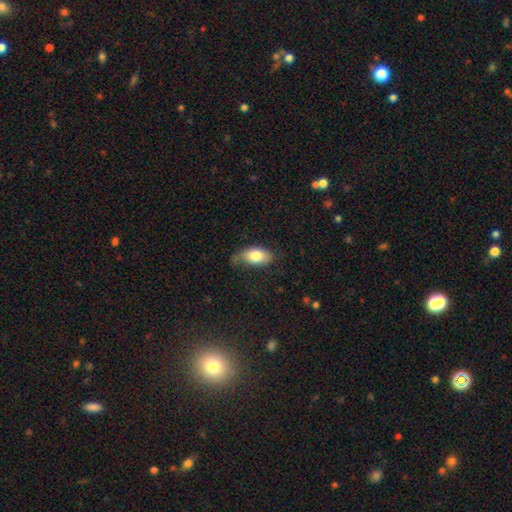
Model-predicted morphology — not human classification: Smooth or featured: smooth — 79% (featured or disk — 14%)
How rounded: in between — 92% (round — 5%)
Merging: none — 51% (minor disturbance — 33%)